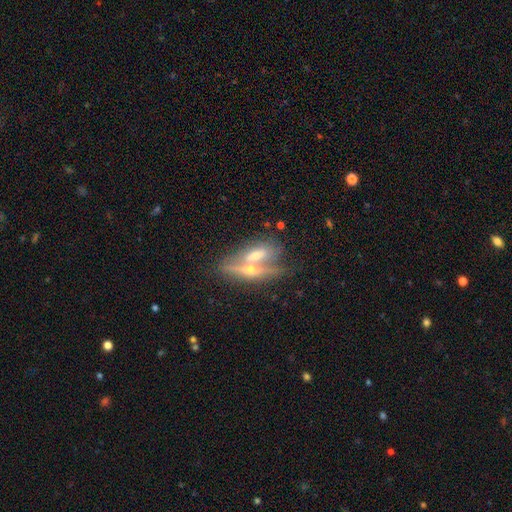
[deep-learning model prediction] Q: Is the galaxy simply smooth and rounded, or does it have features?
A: featured or disk — 57%.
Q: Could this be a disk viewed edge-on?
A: yes — 65%.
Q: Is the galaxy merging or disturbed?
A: merger — 59%.